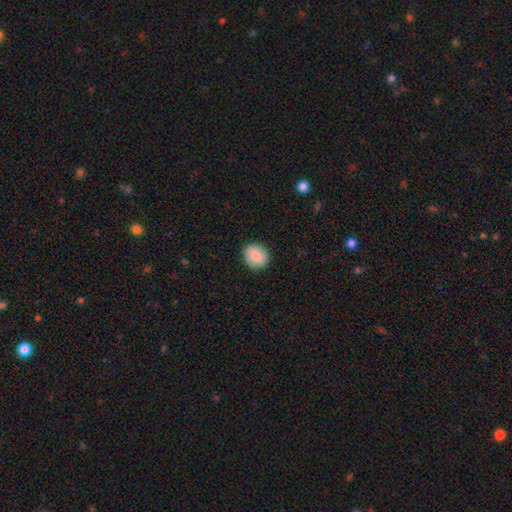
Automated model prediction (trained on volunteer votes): This appears to be a smooth galaxy with no disk features (85%) that is round (72%). Merging: none (87%).